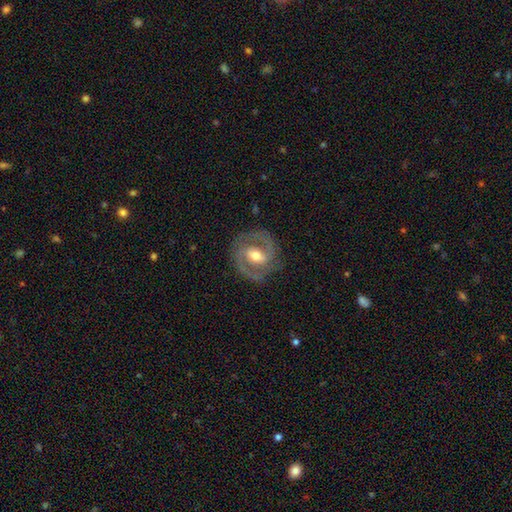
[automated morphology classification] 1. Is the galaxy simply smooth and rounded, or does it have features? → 85% featured or disk, 10% smooth, 5% star or artifact.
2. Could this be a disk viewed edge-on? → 97% no, 3% yes.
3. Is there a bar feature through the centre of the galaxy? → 46% weak, 34% strong, 20% no.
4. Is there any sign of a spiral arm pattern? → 91% yes, 9% no.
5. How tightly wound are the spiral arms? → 53% medium, 35% tight, 12% loose.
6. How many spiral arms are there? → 89% 2, 4% can't tell, 2% 1, 2% 3, 1% 4, 1% more than 4.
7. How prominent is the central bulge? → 72% moderate, 18% small, 8% large, 1% none, 1% dominant.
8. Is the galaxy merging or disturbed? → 81% none, 12% minor disturbance, 5% major disturbance, 1% merger.